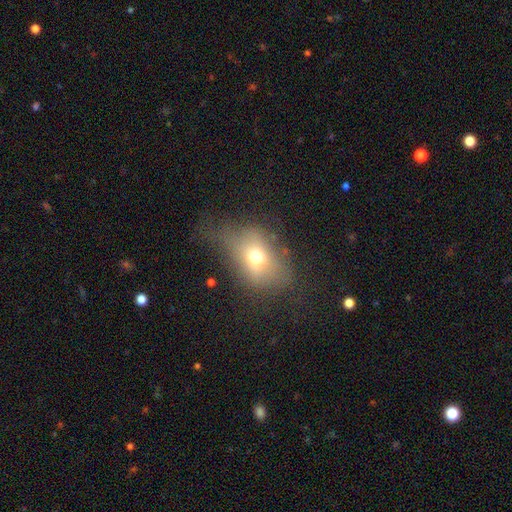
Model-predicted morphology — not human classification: Smooth or featured: smooth — 56% (featured or disk — 28%)
How rounded: in between — 65% (round — 32%)
Merging: none — 44% (minor disturbance — 31%)